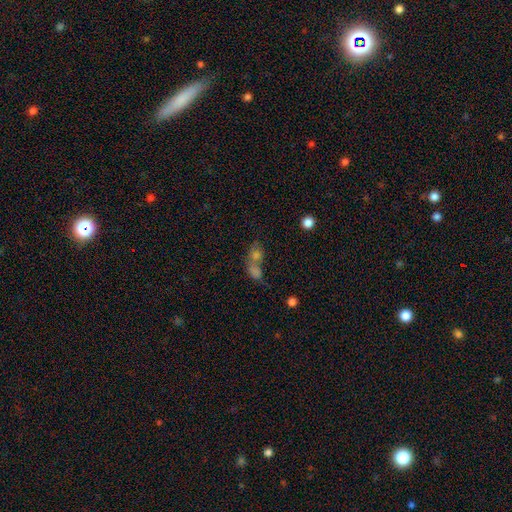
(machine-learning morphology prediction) Smooth or featured?
  - smooth: 62% *
  - featured or disk: 20%
  - star or artifact: 18%
How rounded?
  - in between: 57% *
  - round: 37%
  - cigar-shaped: 5%
Merging?
  - merger: 59% *
  - none: 25%
  - minor disturbance: 8%
  - major disturbance: 8%